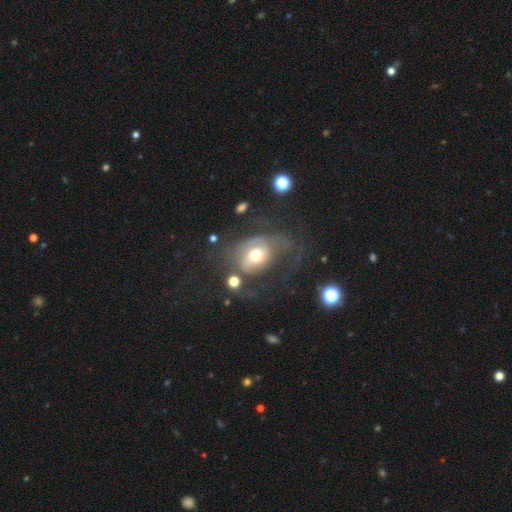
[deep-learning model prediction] This is possibly a featured or disk galaxy (49%). Merging: marginally major disturbance (42%).